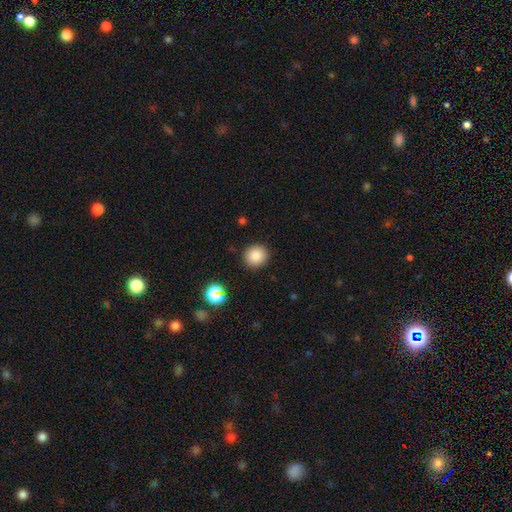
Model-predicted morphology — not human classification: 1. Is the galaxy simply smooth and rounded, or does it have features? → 85% smooth, 11% star or artifact, 4% featured or disk.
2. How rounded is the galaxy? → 90% round, 9% in between, 1% cigar-shaped.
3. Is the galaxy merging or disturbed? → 90% none, 6% minor disturbance, 2% major disturbance, 2% merger.